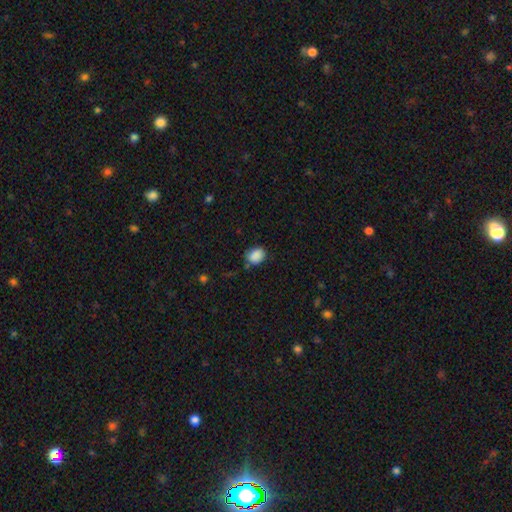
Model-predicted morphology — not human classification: This appears to be a smooth galaxy with no disk features (88%) that is in between round and cigar-shaped (57%). Merging: none (71%).